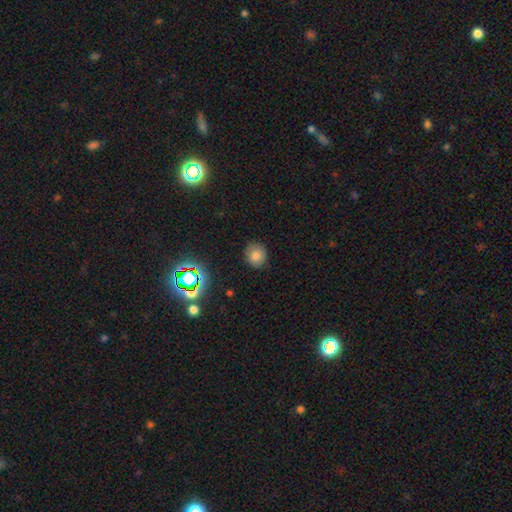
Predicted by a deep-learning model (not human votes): Smooth or featured: smooth — 78% (star or artifact — 14%)
How rounded: round — 82% (in between — 18%)
Merging: none — 85% (minor disturbance — 11%)